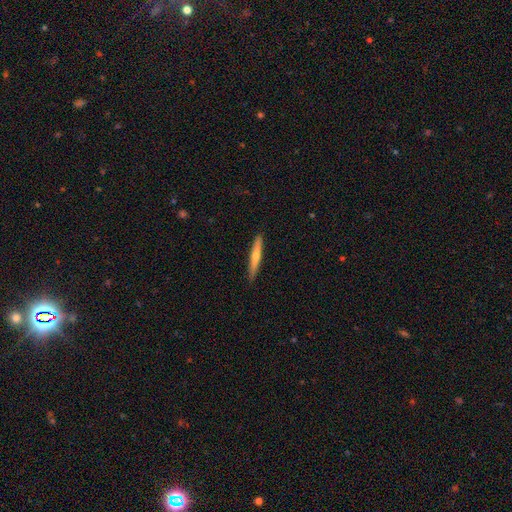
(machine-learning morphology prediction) Overall: featured or disk (51%; smooth 43%). Edge-on disk: yes (96%). Merging: none (91%).